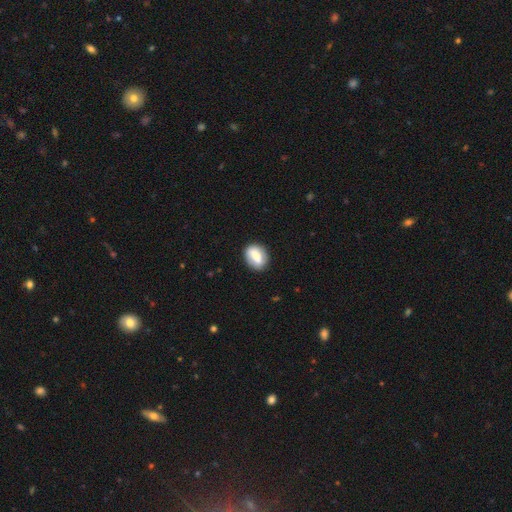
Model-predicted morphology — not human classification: Overall: smooth (64%; featured or disk 29%). How rounded: in between (63%; round 35%). Merging: none (83%).